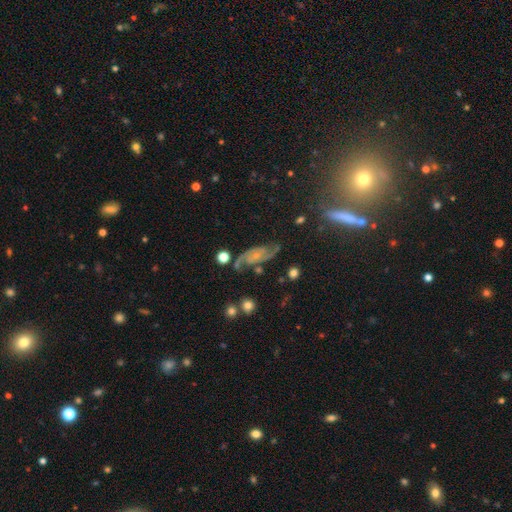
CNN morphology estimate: smooth_or_featured: featured or disk (p=0.80) [alt: smooth p=0.11]
disk_edge_on: no (p=0.94) [alt: yes p=0.06]
bar: no (p=0.68) [alt: weak p=0.26]
has_spiral_arms: yes (p=0.96) [alt: no p=0.04]
spiral_winding: medium (p=0.46) [alt: loose p=0.32]
spiral_arm_count: 2 (p=0.85) [alt: can't tell p=0.06]
bulge_size: small (p=0.70) [alt: moderate p=0.18]
merging: none (p=0.65) [alt: minor disturbance p=0.20]